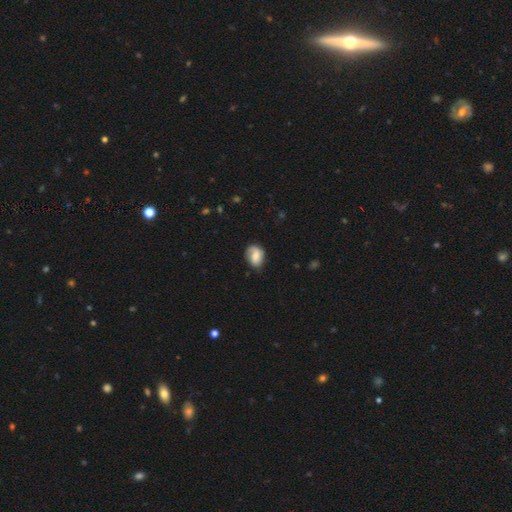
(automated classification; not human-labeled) smooth_or_featured: smooth (p=0.58) [alt: featured or disk p=0.34]
how_rounded: in between (p=0.68) [alt: round p=0.31]
merging: none (p=0.62) [alt: minor disturbance p=0.28]